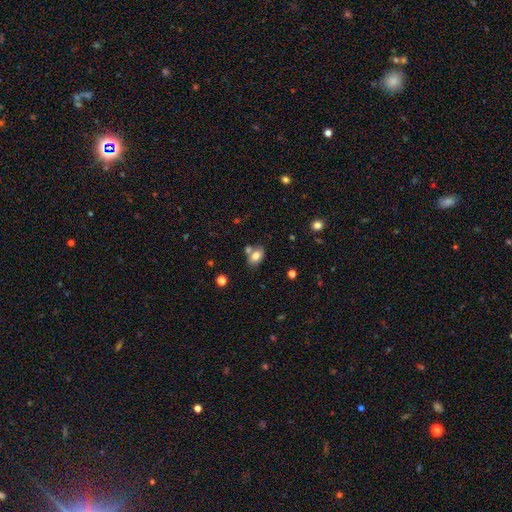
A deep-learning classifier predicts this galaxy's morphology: Smooth or featured?
  - smooth: 76% *
  - featured or disk: 14%
  - star or artifact: 9%
How rounded?
  - in between: 80% *
  - round: 18%
  - cigar-shaped: 1%
Merging?
  - none: 53% *
  - merger: 27%
  - minor disturbance: 15%
  - major disturbance: 4%